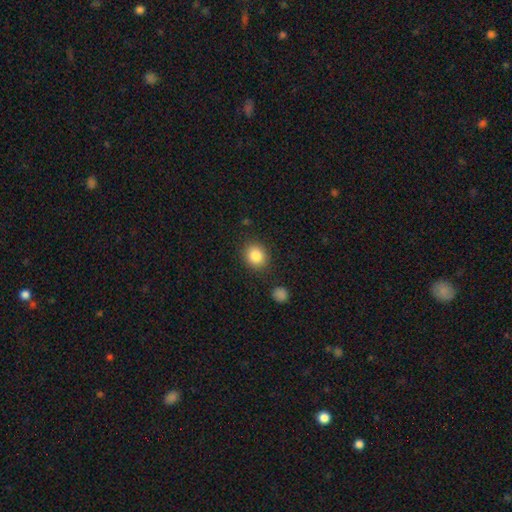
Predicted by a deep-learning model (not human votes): A smooth galaxy with no disk features (84%) that is round (73%).

Vote fractions:
- Smooth or featured? smooth: 84% / star or artifact: 9% / featured or disk: 6%
- How rounded? round: 73% / in between: 26% / cigar-shaped: 1%
- Merging? none: 86% / minor disturbance: 9% / major disturbance: 3% / merger: 3%